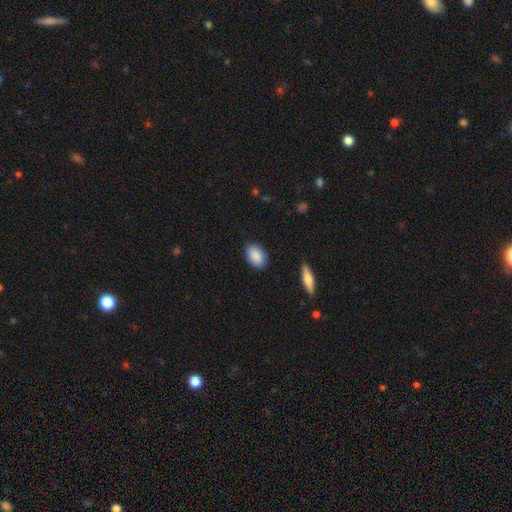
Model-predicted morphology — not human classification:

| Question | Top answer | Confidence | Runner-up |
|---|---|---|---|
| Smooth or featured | smooth | 89% | star or artifact (6%) |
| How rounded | in between | 86% | round (12%) |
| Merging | none | 86% | minor disturbance (11%) |